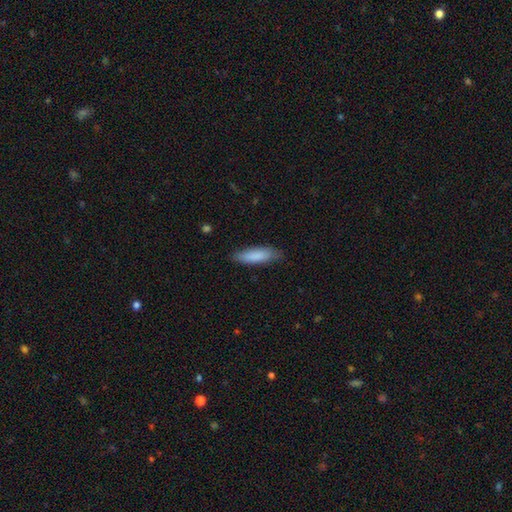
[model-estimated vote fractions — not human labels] A smooth galaxy with no disk features (85%) that is cigar-shaped (61%).

Vote fractions:
- Smooth or featured? smooth: 85% / featured or disk: 9% / star or artifact: 6%
- How rounded? cigar-shaped: 61% / in between: 38% / round: 1%
- Merging? none: 81% / minor disturbance: 15% / major disturbance: 3% / merger: 1%